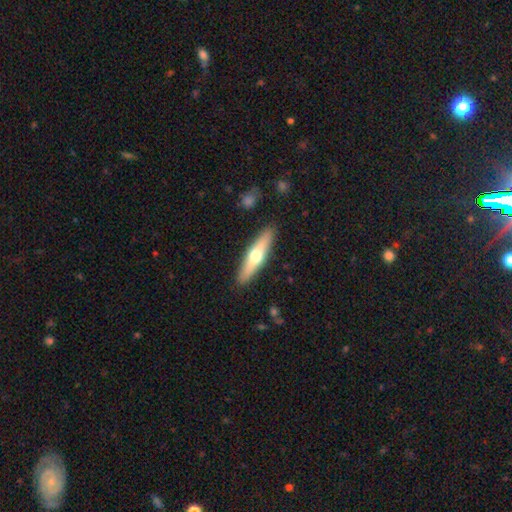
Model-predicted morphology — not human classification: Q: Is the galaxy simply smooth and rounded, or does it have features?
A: smooth — 50%.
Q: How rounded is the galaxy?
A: cigar-shaped — 77%.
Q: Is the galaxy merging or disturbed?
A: none — 89%.